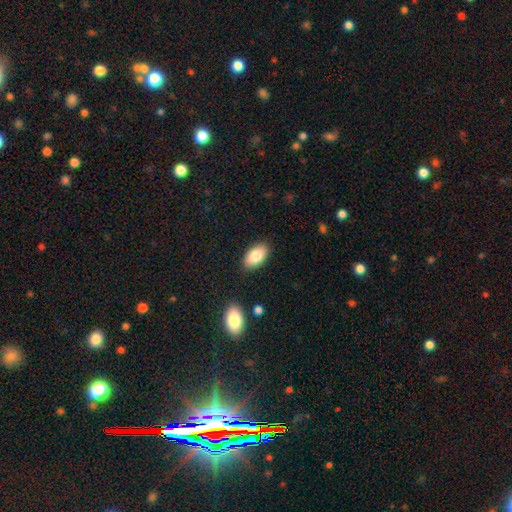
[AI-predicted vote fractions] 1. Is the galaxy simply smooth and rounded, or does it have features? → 84% smooth, 9% featured or disk, 7% star or artifact.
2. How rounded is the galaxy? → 94% in between, 4% round, 2% cigar-shaped.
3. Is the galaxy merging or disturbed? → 86% none, 10% minor disturbance, 2% major disturbance, 2% merger.